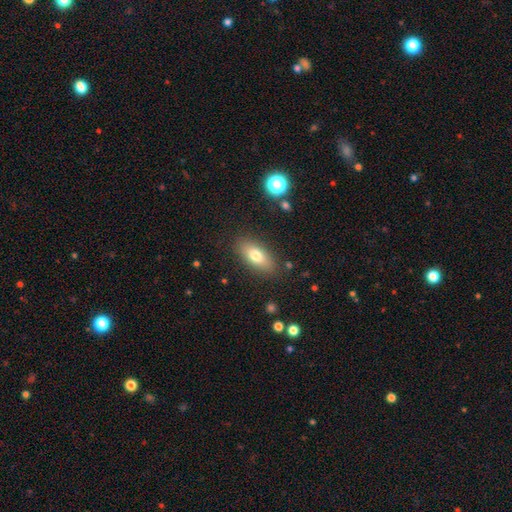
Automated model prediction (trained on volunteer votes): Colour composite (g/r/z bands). It shows a smooth galaxy with no disk features (75%) that is in between round and cigar-shaped (84%). Merging: none (85%).